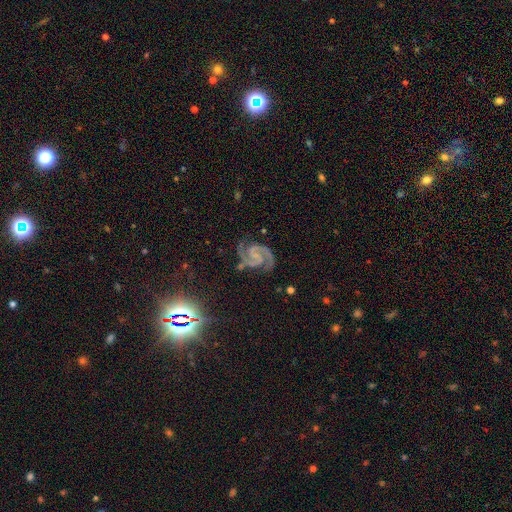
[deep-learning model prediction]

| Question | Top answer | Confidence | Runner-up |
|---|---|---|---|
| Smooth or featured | featured or disk | 91% | star or artifact (6%) |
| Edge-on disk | no | 98% | yes (2%) |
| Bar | no | 46% | weak (38%) |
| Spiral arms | yes | 99% | no (1%) |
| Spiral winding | medium | 56% | tight (35%) |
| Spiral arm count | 2 | 90% | 3 (5%) |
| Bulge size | none | 46% | small (41%) |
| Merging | none | 75% | minor disturbance (16%) |